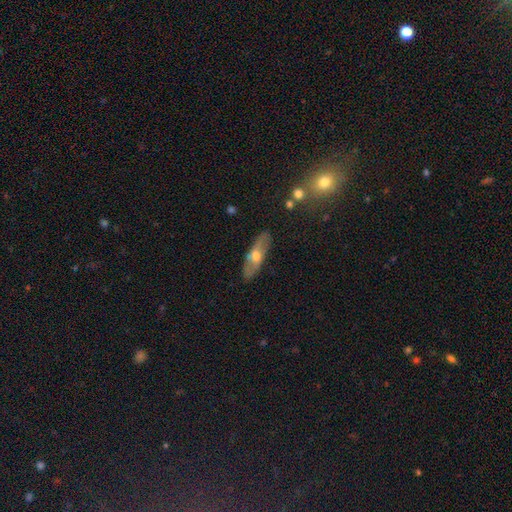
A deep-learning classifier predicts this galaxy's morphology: Smooth or featured? Predicted: featured or disk (p=0.54). Edge-on disk? Predicted: no (p=0.56). Merging? Predicted: none (p=0.83).